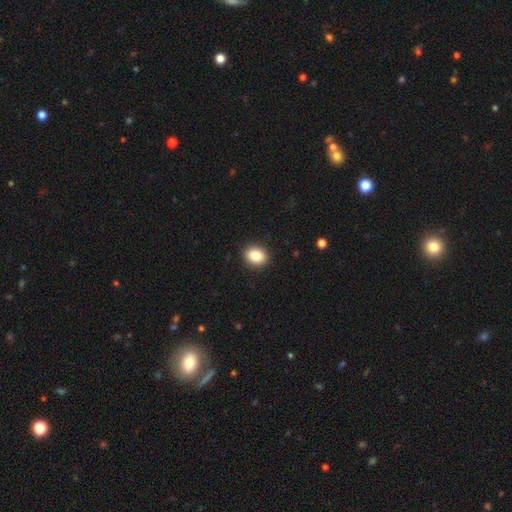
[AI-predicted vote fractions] Morphology: type=smooth (87%); roundness=in between (52%); merging=none (90%).